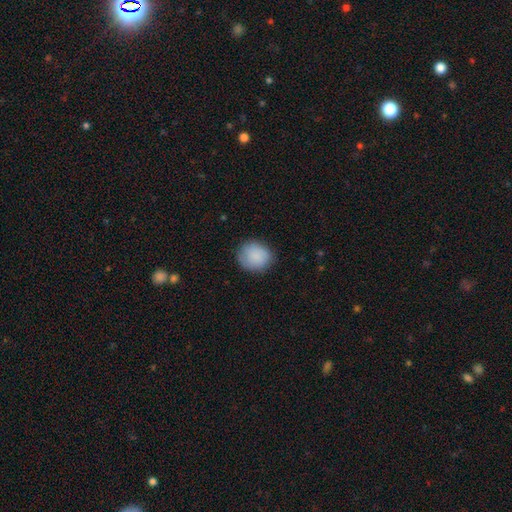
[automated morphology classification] smooth 88%, star or artifact 7%, featured or disk 5%. Down the decision tree: how rounded — round (78%); merging — none (82%).